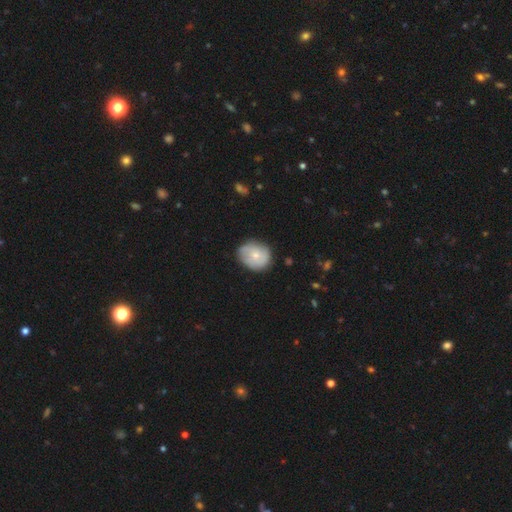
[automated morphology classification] Q: Smooth or featured?
A: smooth (58%); runner-up: featured or disk (36%)
Q: How rounded?
A: round (66%); runner-up: in between (33%)
Q: Merging?
A: none (69%); runner-up: minor disturbance (24%)